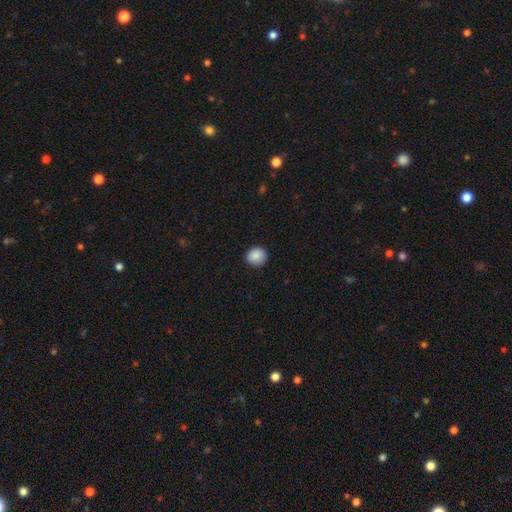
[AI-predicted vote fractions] The model was most divided on "how rounded": round: 83%, in between: 16%, cigar-shaped: 1%. More confident: merging — none (89%); smooth or featured — smooth (88%).